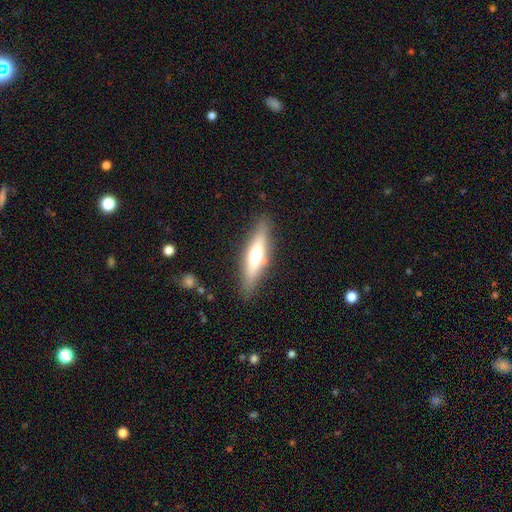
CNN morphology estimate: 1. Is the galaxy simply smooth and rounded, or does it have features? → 49% smooth, 45% featured or disk, 6% star or artifact.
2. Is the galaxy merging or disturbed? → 84% none, 11% minor disturbance, 3% major disturbance, 2% merger.